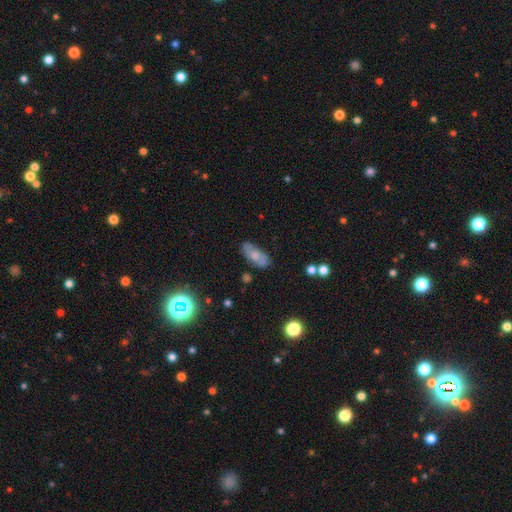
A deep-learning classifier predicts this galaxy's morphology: This appears to be a smooth galaxy with no disk features (59%) that is in between round and cigar-shaped (85%). Merging: none (74%).